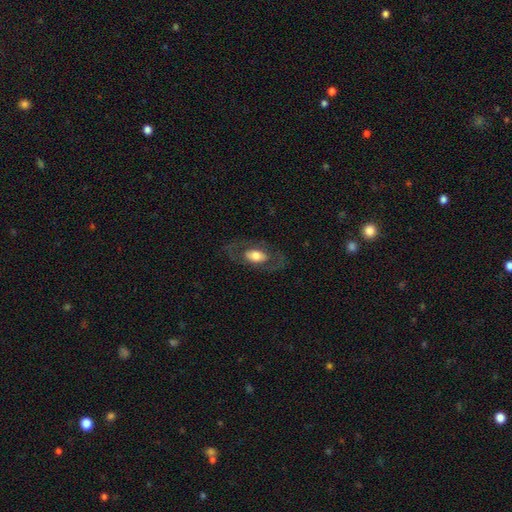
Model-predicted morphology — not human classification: smooth_or_featured: smooth (p=0.48) [alt: featured or disk p=0.45]
merging: none (p=0.74) [alt: minor disturbance p=0.13]